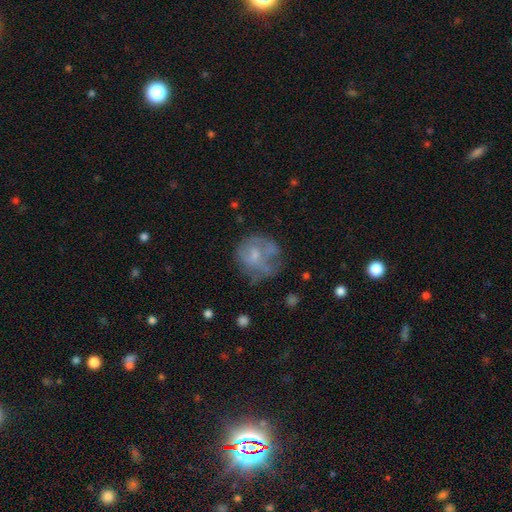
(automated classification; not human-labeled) smooth_or_featured: smooth (p=0.46) [alt: featured or disk p=0.43]
merging: none (p=0.41) [alt: major disturbance p=0.27]